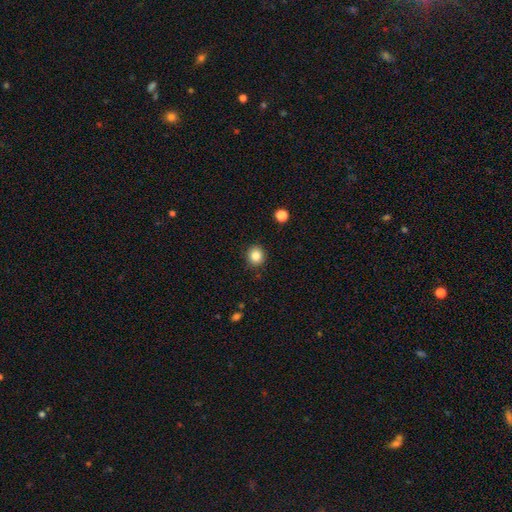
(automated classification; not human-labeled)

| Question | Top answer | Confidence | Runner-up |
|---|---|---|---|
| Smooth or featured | smooth | 85% | star or artifact (10%) |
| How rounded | round | 86% | in between (13%) |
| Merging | none | 90% | minor disturbance (7%) |